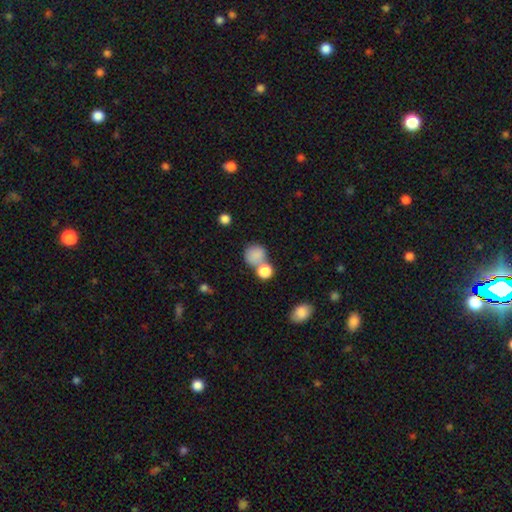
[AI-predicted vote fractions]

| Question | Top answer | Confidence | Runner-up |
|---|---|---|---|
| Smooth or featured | smooth | 83% | star or artifact (9%) |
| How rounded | round | 79% | in between (20%) |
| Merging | none | 44% | merger (37%) |